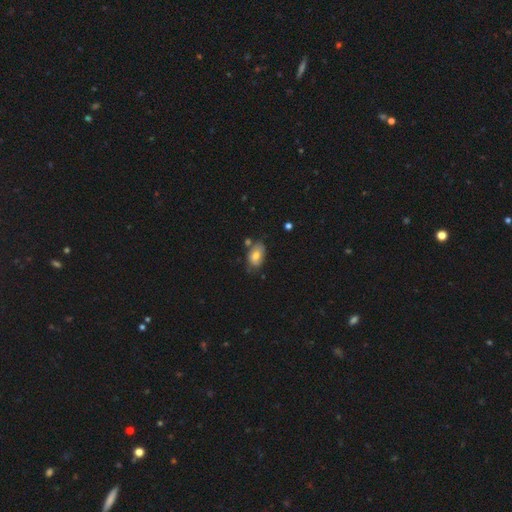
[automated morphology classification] smooth-or-featured: smooth: 72% | featured or disk: 19% | star or artifact: 8%
  how-rounded: in between: 89% | round: 10% | cigar-shaped: 2%
  merging: none: 61% | minor disturbance: 25% | merger: 8% | major disturbance: 6%